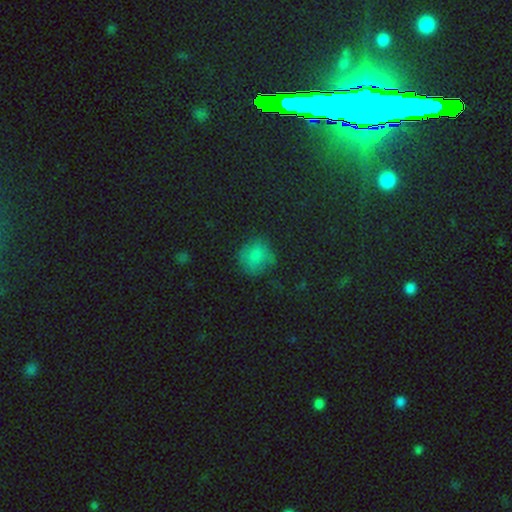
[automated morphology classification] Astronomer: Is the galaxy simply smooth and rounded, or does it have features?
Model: smooth — 68%.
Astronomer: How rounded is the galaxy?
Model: round — 82%.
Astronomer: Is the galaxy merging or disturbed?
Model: none — 64%.